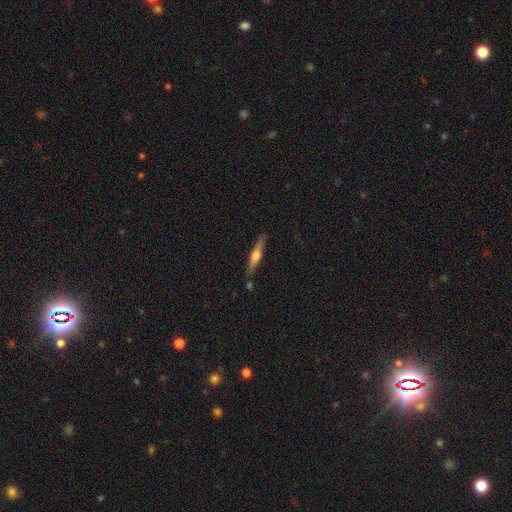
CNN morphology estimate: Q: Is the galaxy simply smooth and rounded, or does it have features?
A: featured or disk — 63%.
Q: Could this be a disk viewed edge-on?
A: yes — 96%.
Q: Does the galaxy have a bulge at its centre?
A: rounded — 90%.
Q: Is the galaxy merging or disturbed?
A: none — 84%.